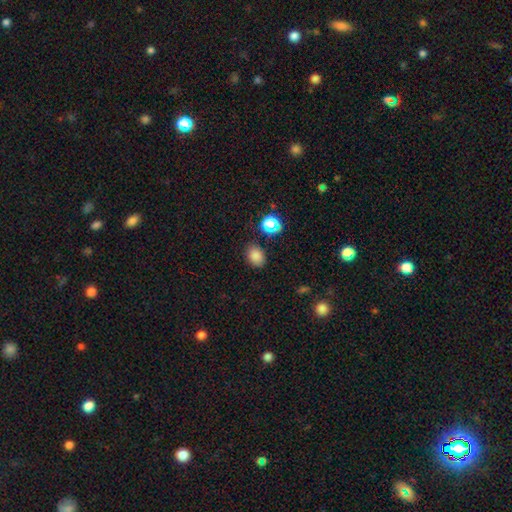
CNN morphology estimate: This appears to be a smooth galaxy with no disk features (81%) that is in between round and cigar-shaped (68%). Merging: none (83%).